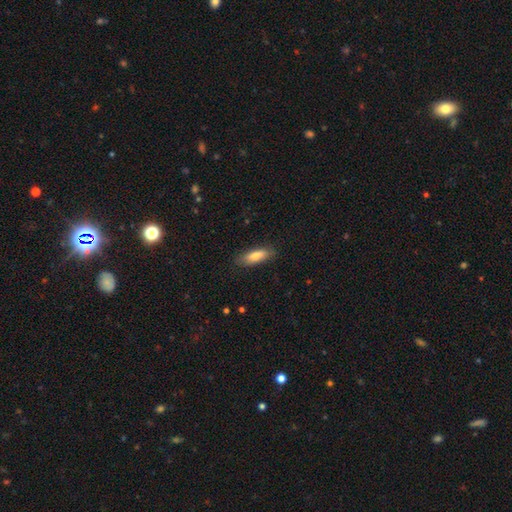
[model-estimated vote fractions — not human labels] Smooth or featured: smooth — 77% (featured or disk — 17%)
How rounded: in between — 53% (cigar-shaped — 45%)
Merging: none — 85% (minor disturbance — 12%)